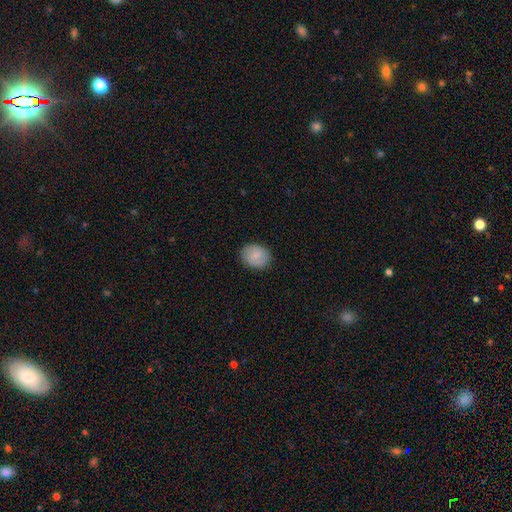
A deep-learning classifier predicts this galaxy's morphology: Smooth or featured? smooth (78%)
How rounded? round (53%)
Merging? none (87%)